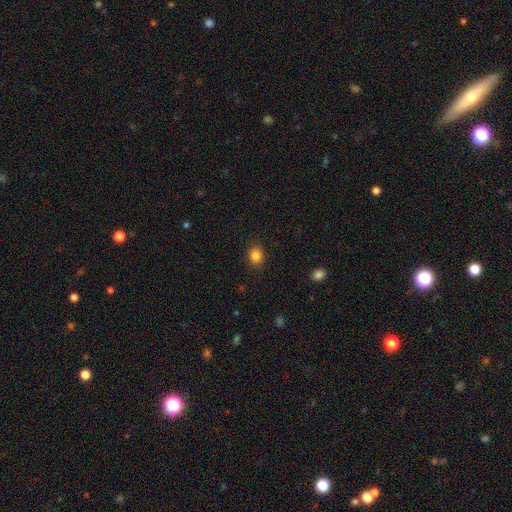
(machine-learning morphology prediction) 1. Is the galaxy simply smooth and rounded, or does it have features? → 85% smooth, 11% star or artifact, 4% featured or disk.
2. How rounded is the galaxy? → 61% round, 39% in between, 1% cigar-shaped.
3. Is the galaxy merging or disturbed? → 89% none, 8% minor disturbance, 2% major disturbance, 1% merger.